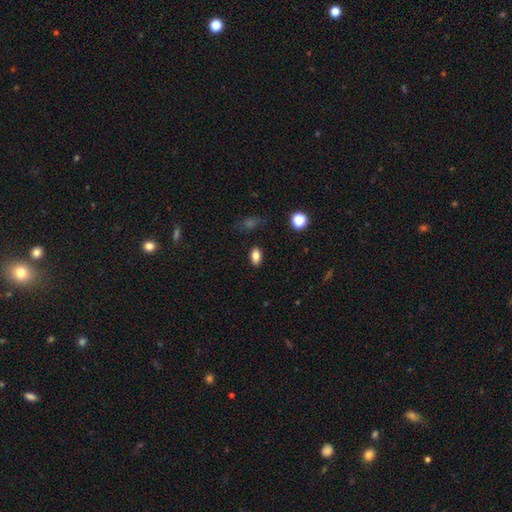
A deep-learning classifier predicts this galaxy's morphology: Smooth or featured?
  - smooth: 82% *
  - star or artifact: 10%
  - featured or disk: 8%
How rounded?
  - in between: 87% *
  - round: 9%
  - cigar-shaped: 4%
Merging?
  - none: 87% *
  - minor disturbance: 9%
  - major disturbance: 2%
  - merger: 1%